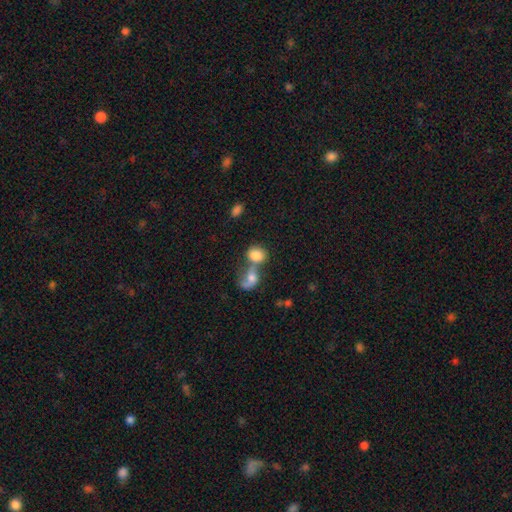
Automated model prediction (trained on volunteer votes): Overall: smooth (78%). How rounded: round (57%; in between 41%). Merging: merger (63%; none 23%).